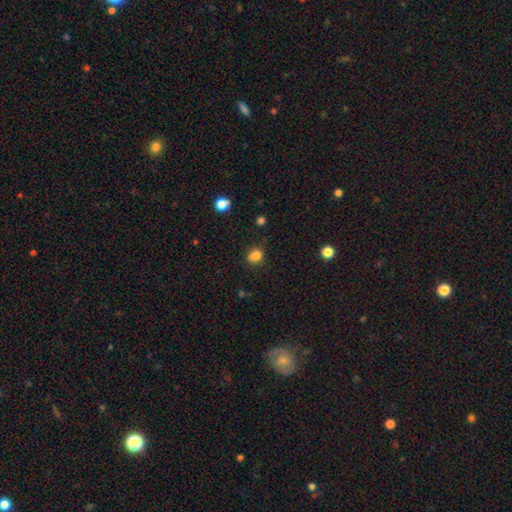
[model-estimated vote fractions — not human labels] This is clearly a smooth galaxy (81%). How rounded: possibly round (59%). Merging: likely none (62%).